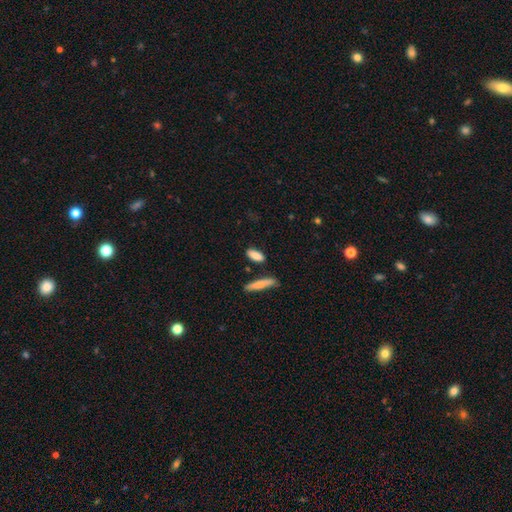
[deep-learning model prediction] smooth 84%, featured or disk 9%, star or artifact 7%. Down the decision tree: how rounded — in between (61%); merging — none (79%).